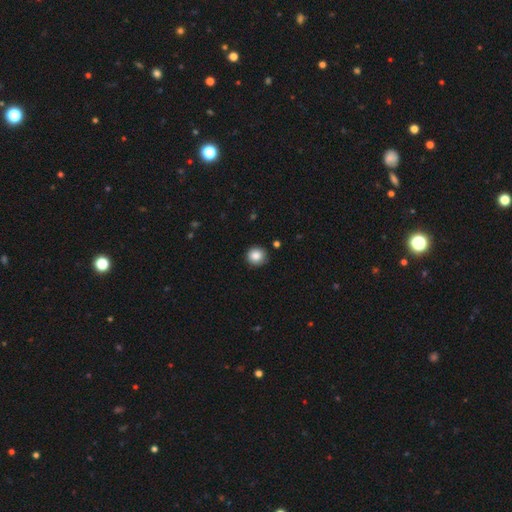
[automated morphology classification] Smooth or featured: smooth — 85% (star or artifact — 9%)
How rounded: round — 93% (in between — 6%)
Merging: none — 85% (minor disturbance — 11%)